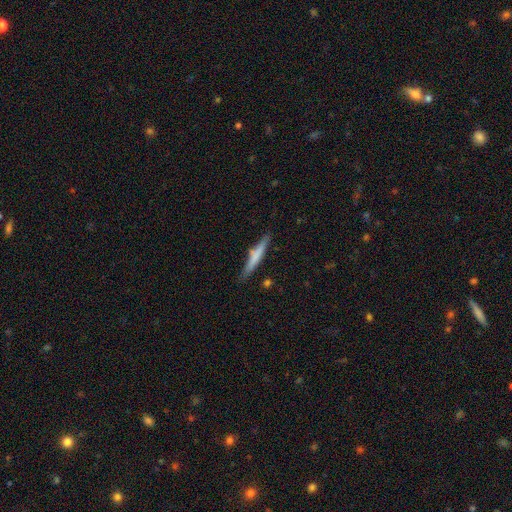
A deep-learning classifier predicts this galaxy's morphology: Smooth or featured? Predicted: smooth (p=0.60). How rounded? Predicted: cigar-shaped (p=0.93). Merging? Predicted: none (p=0.82).